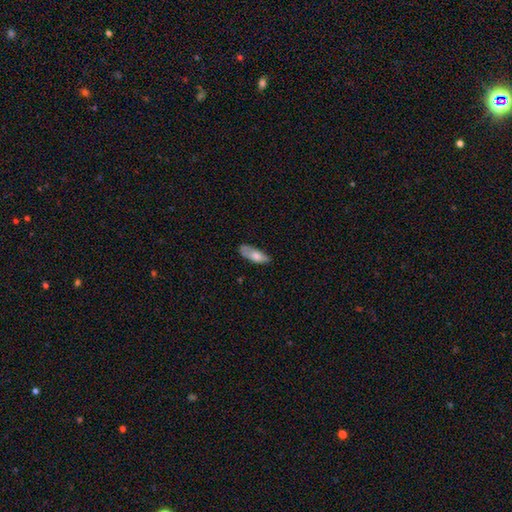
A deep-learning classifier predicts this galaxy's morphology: Smooth or featured? Predicted: smooth (p=0.73). How rounded? Predicted: in between (p=0.70). Merging? Predicted: none (p=0.53).